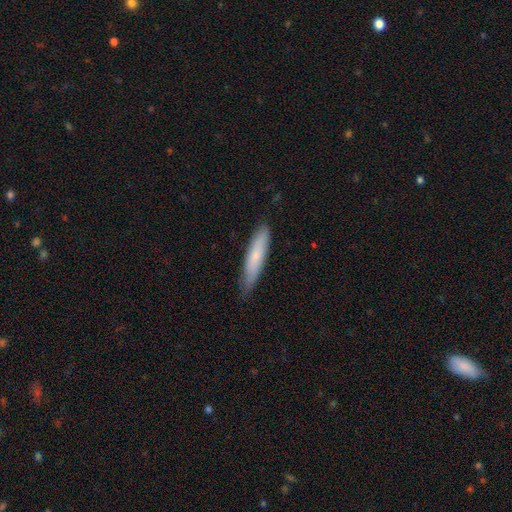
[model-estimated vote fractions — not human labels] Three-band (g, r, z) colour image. It shows a smooth galaxy with no disk features (68%) that is cigar-shaped (87%). Merging: none (80%).